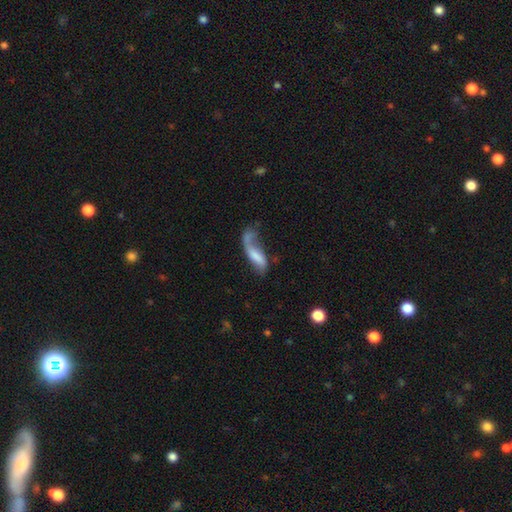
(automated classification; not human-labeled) smooth_or_featured: featured or disk (p=0.46) [alt: smooth p=0.45]
merging: major disturbance (p=0.36) [alt: none p=0.29]